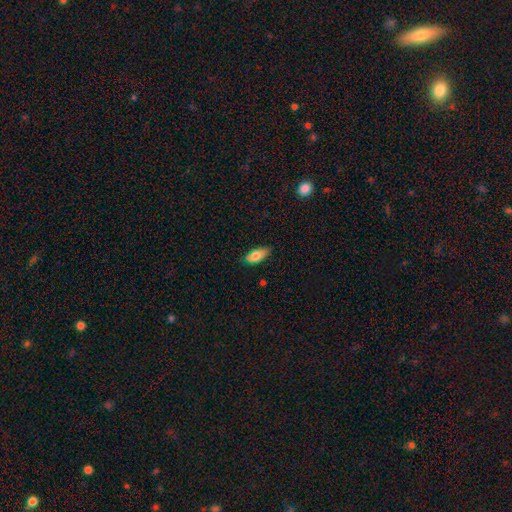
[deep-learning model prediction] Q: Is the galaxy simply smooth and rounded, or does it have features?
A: smooth — 79%.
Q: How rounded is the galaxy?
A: in between — 86%.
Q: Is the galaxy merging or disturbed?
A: none — 74%.